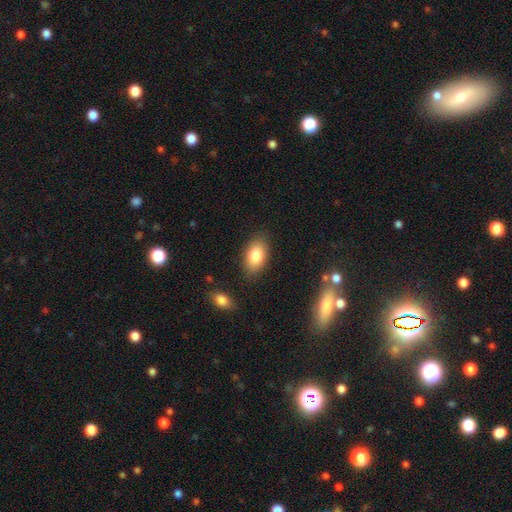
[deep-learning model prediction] This is clearly a smooth galaxy (83%). How rounded: clearly in between (92%). Merging: clearly none (85%).